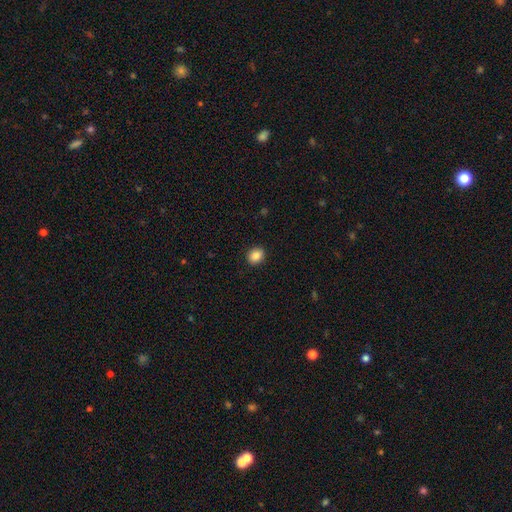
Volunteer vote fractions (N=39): A smooth galaxy with no disk features (87%) that is round (85%). Merging: none (94%).